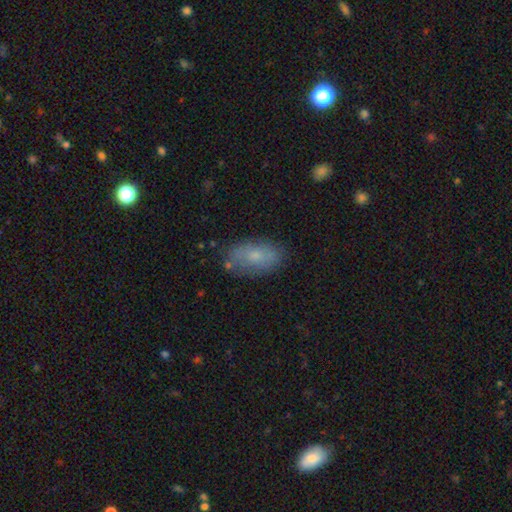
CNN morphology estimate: smooth 72%, featured or disk 20%, star or artifact 8%. Down the decision tree: how rounded — in between (91%); merging — none (76%).